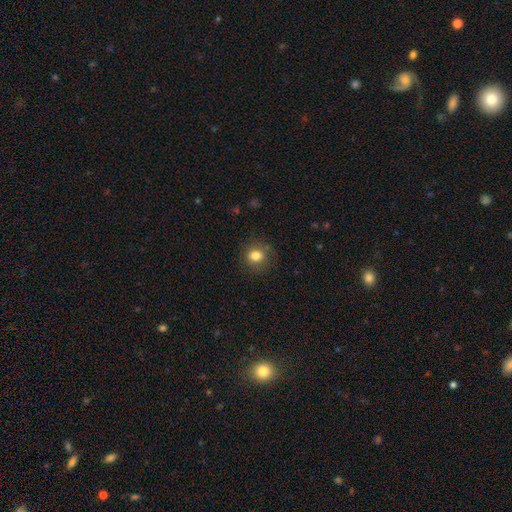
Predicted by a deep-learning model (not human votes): smooth_or_featured: smooth (p=0.82) [alt: star or artifact p=0.11]
how_rounded: round (p=0.82) [alt: in between p=0.17]
merging: none (p=0.83) [alt: minor disturbance p=0.12]